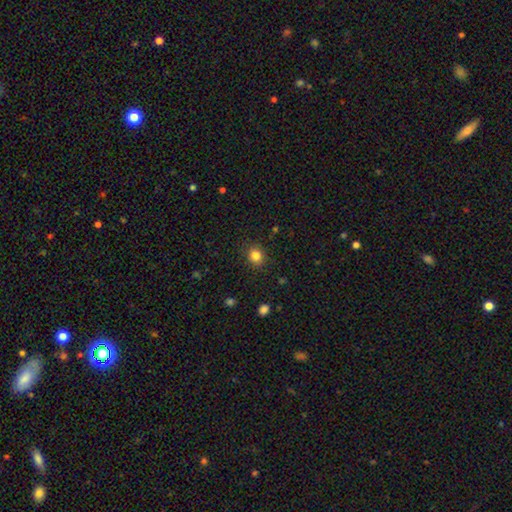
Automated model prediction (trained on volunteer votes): Smooth or featured? Predicted: smooth (p=0.83). How rounded? Predicted: round (p=0.76). Merging? Predicted: none (p=0.89).